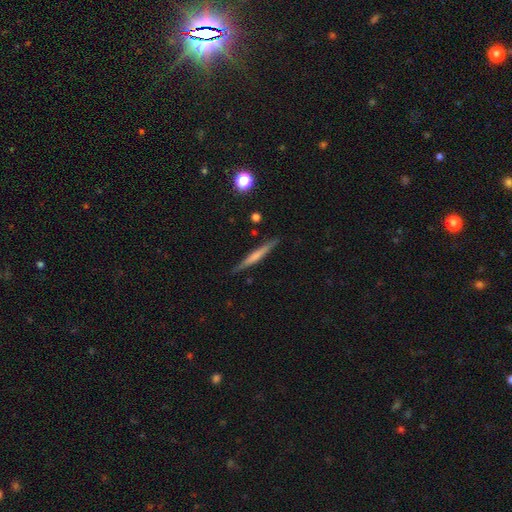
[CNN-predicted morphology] Overall: featured or disk (49%; smooth 45%). Merging: none (89%).